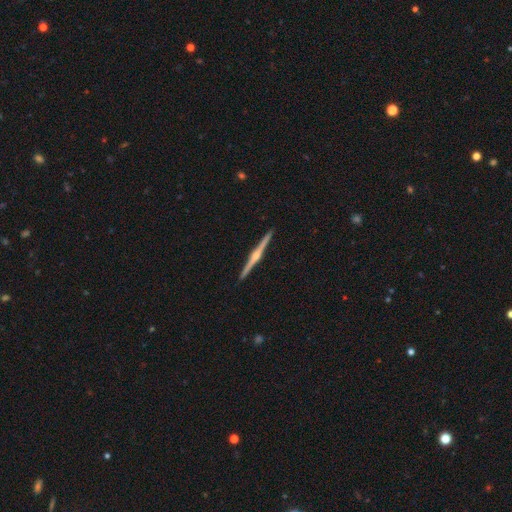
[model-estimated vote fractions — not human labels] The model was most divided on "smooth or featured": featured or disk: 78%, smooth: 16%, star or artifact: 6%. More confident: edge-on disk — yes (98%); merging — none (90%); edge-on bulge — rounded (81%).